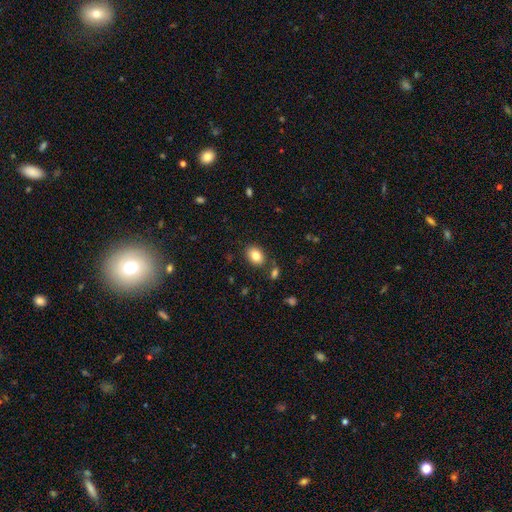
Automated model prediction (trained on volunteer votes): This is clearly a smooth galaxy (84%). How rounded: likely in between (72%). Merging: clearly none (82%).